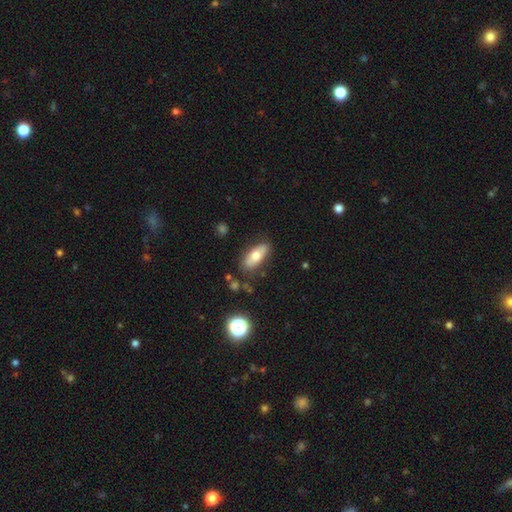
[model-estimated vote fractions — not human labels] This appears to be a smooth galaxy with no disk features (67%) that is in between round and cigar-shaped (83%). Merging: none (79%).